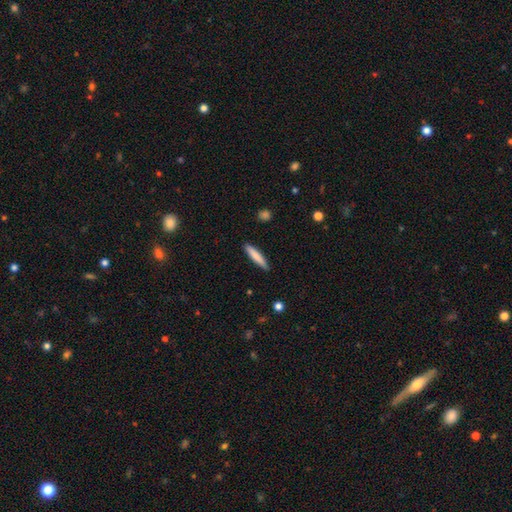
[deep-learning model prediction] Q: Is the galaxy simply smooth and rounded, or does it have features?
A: smooth — 78%.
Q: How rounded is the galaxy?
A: cigar-shaped — 90%.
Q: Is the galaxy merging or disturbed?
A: none — 88%.